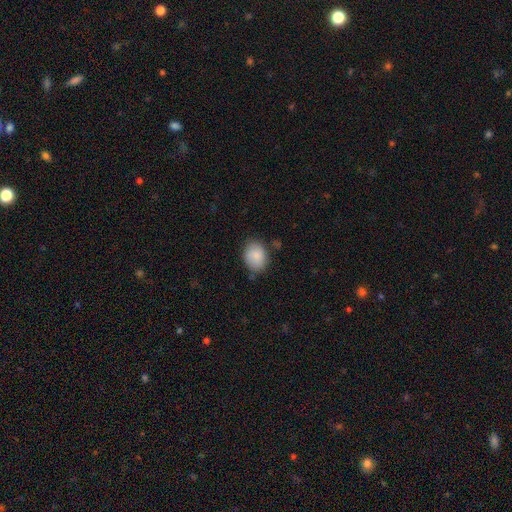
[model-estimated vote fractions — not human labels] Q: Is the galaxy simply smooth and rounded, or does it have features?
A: smooth — 85%.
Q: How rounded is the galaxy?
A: in between — 60%.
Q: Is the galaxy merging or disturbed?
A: none — 74%.